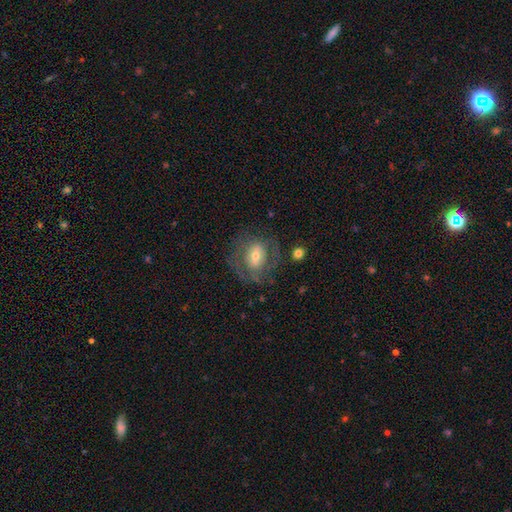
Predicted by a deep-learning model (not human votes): A featured or disk galaxy (53%) with no bar (45%), no spiral arms (53%) and a moderate central bulge (56%). Merging: none (60%).